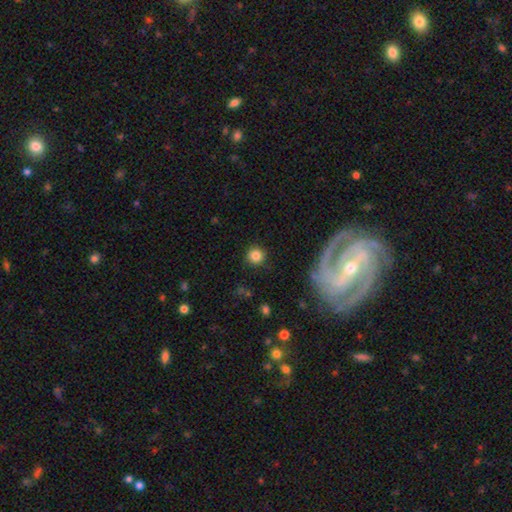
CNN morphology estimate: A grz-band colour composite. It shows a smooth galaxy with no disk features (84%) that is round (94%). Merging: none (90%).